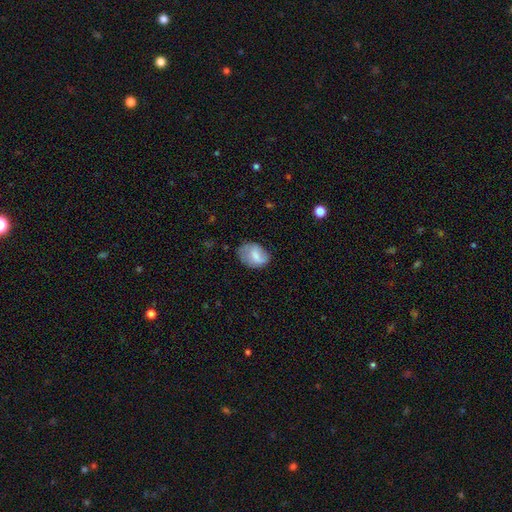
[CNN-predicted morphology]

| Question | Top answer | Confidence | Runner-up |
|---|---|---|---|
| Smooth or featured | smooth | 65% | featured or disk (28%) |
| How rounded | in between | 73% | round (26%) |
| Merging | none | 55% | minor disturbance (31%) |